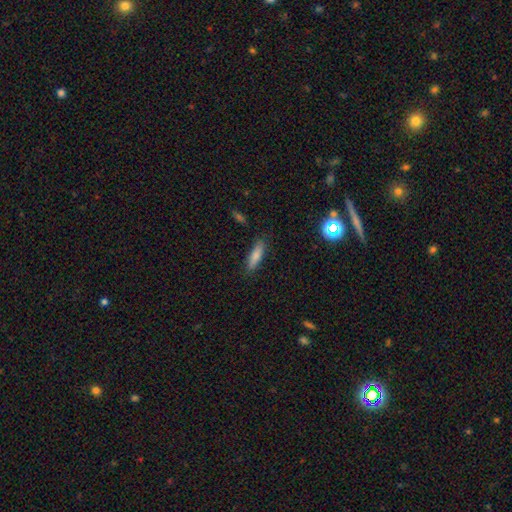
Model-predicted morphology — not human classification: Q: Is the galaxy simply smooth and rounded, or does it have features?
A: smooth — 80%.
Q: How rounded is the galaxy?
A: cigar-shaped — 64%.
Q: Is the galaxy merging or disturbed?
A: none — 85%.